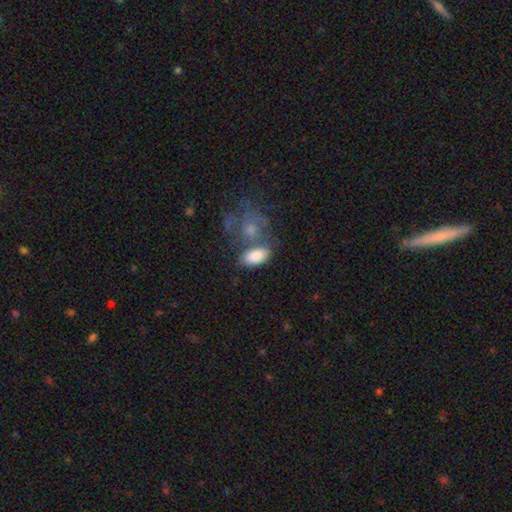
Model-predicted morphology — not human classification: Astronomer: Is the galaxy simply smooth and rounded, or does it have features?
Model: smooth — 83%.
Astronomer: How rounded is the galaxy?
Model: in between — 92%.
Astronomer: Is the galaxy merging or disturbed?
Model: none — 46% (runner-up: merger, 28%).